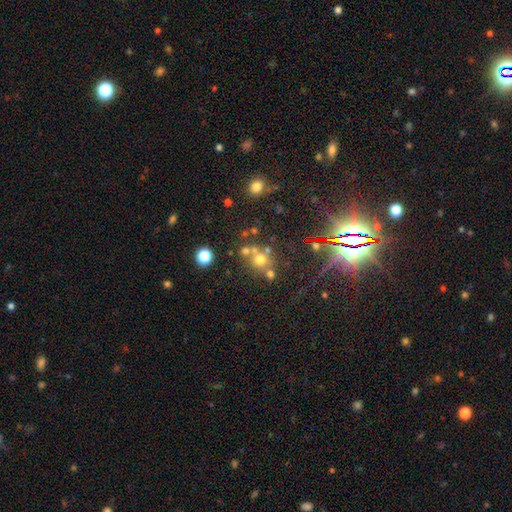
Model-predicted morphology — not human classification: Smooth or featured? Predicted: star or artifact (p=0.51).